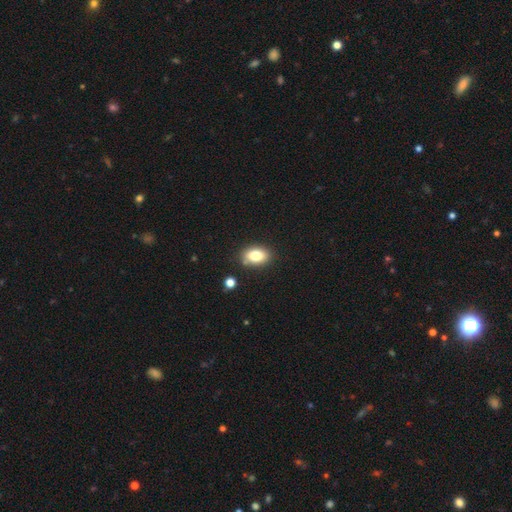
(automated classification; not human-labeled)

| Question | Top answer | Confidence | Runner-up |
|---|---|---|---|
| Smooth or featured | smooth | 80% | featured or disk (11%) |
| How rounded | in between | 85% | round (13%) |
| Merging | none | 82% | minor disturbance (11%) |